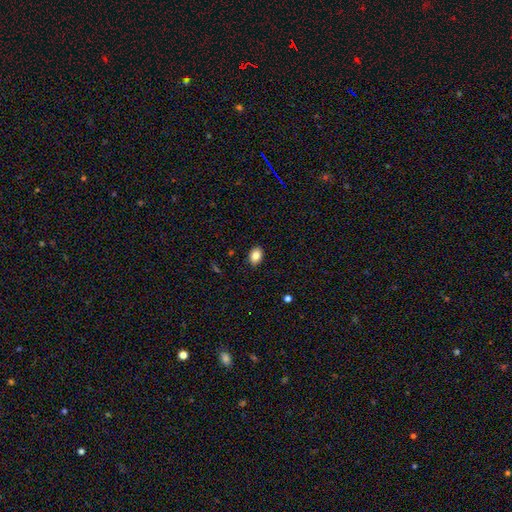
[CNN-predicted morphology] smooth_or_featured: smooth (p=0.85) [alt: star or artifact p=0.09]
how_rounded: in between (p=0.78) [alt: round p=0.21]
merging: none (p=0.88) [alt: minor disturbance p=0.09]